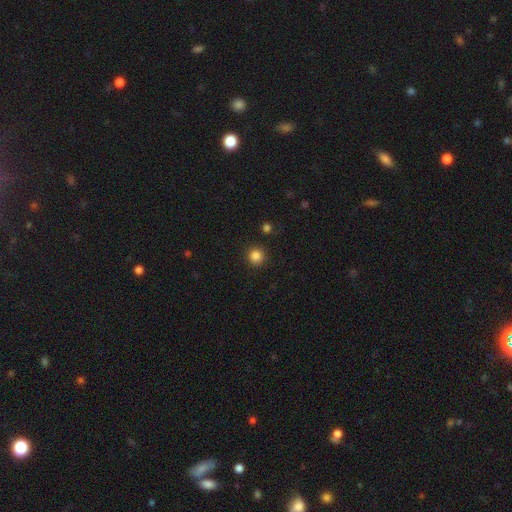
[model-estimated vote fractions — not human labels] Morphology: type=smooth (85%); roundness=round (94%); merging=none (91%).